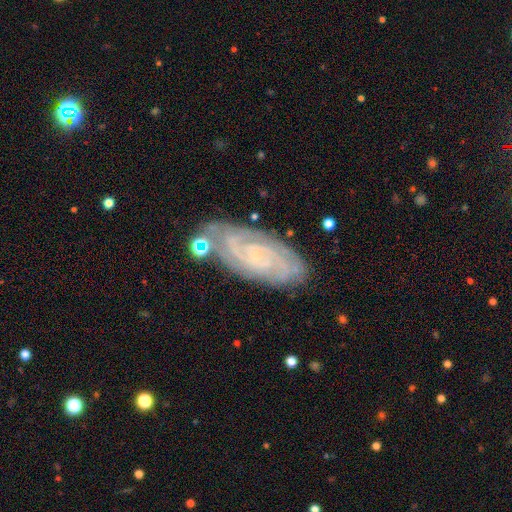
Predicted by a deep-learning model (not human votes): Smooth or featured?
  - featured or disk: 81% *
  - smooth: 11%
  - star or artifact: 8%
Edge-on disk?
  - no: 93% *
  - yes: 7%
Bar?
  - no: 62% *
  - weak: 29%
  - strong: 9%
Spiral arms?
  - yes: 97% *
  - no: 3%
Spiral winding?
  - tight: 76% *
  - medium: 20%
  - loose: 4%
Spiral arm count?
  - can't tell: 27% *
  - 2: 25%
  - 3: 20%
  - 4: 15%
  - more than 4: 6%
  - 1: 5%
Bulge size?
  - small: 73% *
  - none: 16%
  - moderate: 8%
  - large: 1%
  - dominant: 1%
Merging?
  - none: 74% *
  - minor disturbance: 15%
  - merger: 7%
  - major disturbance: 4%